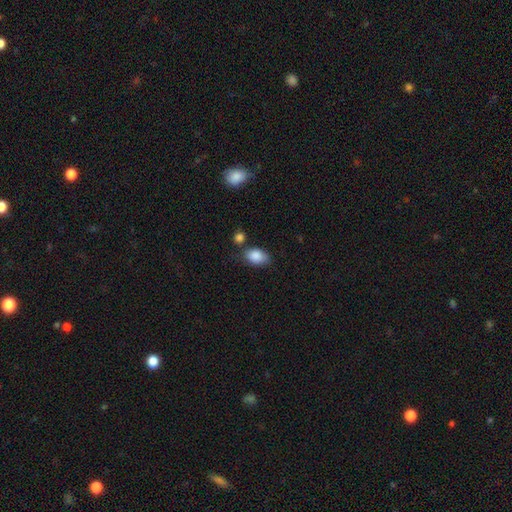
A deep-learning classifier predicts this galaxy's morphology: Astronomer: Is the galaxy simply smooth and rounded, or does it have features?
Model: smooth — 87%.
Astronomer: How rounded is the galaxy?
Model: in between — 88%.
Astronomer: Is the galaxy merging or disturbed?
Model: none — 64%.